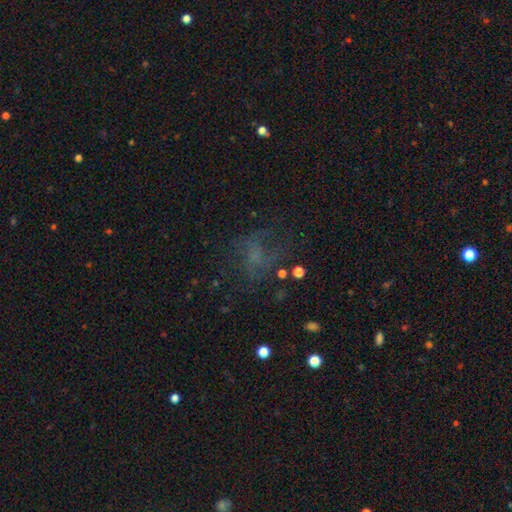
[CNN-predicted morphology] Smooth or featured? featured or disk (37%)
Merging? none (49%)